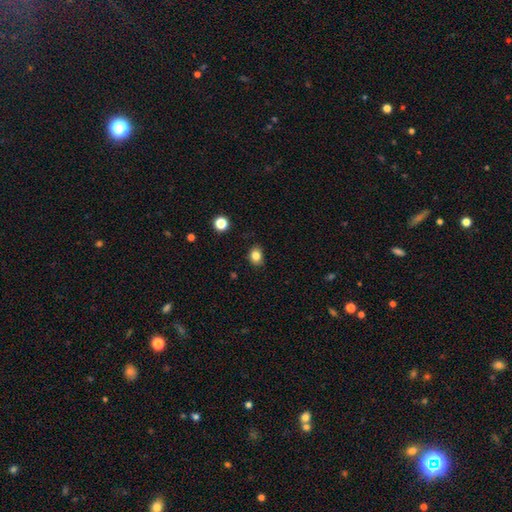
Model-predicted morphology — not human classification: Q: Smooth or featured?
A: smooth (83%); runner-up: star or artifact (11%)
Q: How rounded?
A: in between (54%); runner-up: round (45%)
Q: Merging?
A: none (82%); runner-up: minor disturbance (14%)